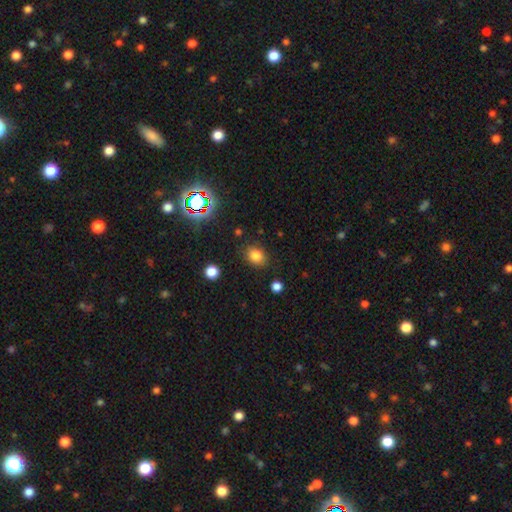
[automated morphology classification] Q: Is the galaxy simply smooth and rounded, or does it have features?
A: smooth — 81%.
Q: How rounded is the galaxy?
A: in between — 55%.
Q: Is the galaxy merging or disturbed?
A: none — 83%.